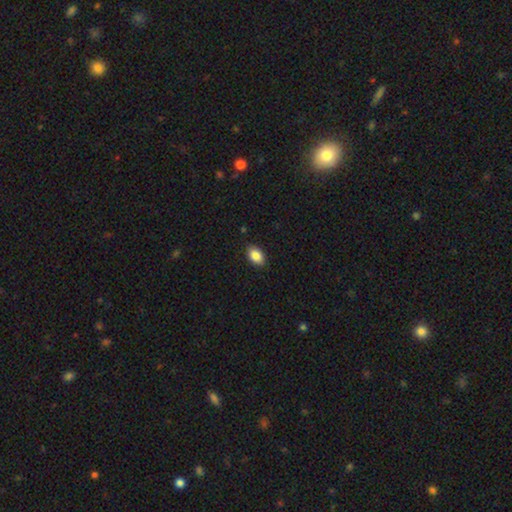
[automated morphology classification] Smooth or featured?
  - smooth: 87% *
  - star or artifact: 7%
  - featured or disk: 5%
How rounded?
  - in between: 90% *
  - round: 8%
  - cigar-shaped: 1%
Merging?
  - none: 88% *
  - minor disturbance: 9%
  - major disturbance: 2%
  - merger: 1%